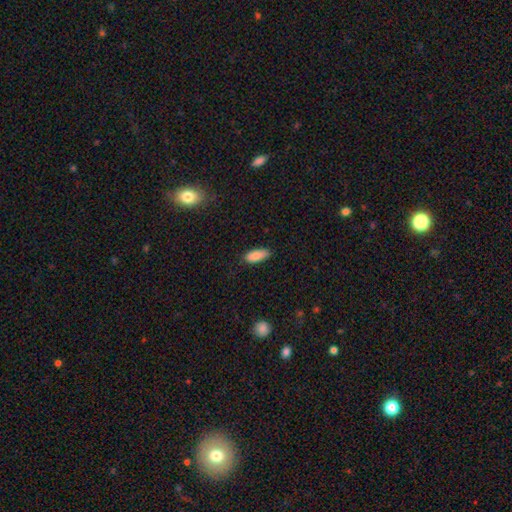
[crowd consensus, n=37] Overall: smooth (97%). How rounded: in between (97%). Merging: none (70%).